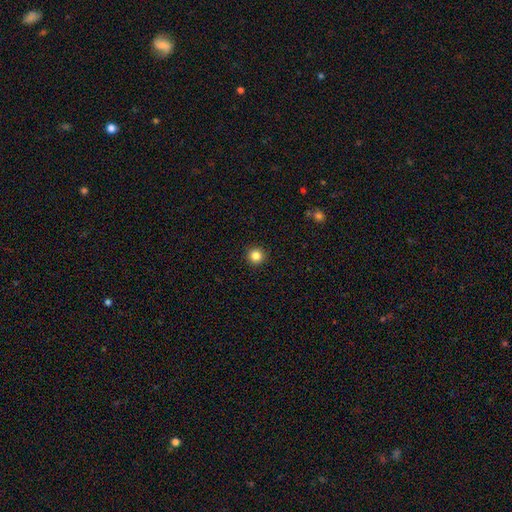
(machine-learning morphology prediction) smooth-or-featured: smooth: 84% | star or artifact: 11% | featured or disk: 4%
  how-rounded: round: 96% | in between: 3% | cigar-shaped: 1%
  merging: none: 93% | minor disturbance: 4% | major disturbance: 1% | merger: 1%